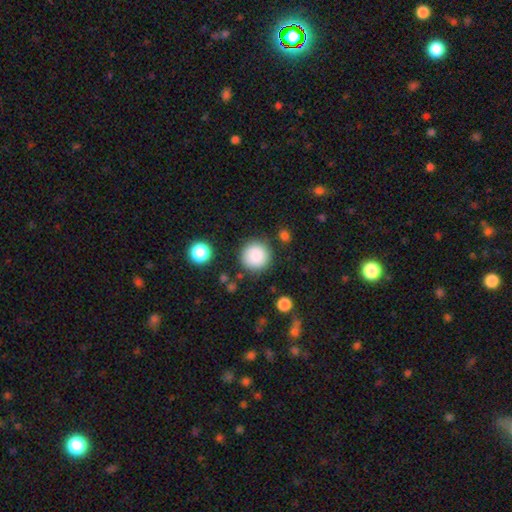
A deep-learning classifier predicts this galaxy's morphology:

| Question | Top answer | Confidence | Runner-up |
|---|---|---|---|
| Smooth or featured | smooth | 86% | star or artifact (9%) |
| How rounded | round | 95% | in between (4%) |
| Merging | none | 85% | minor disturbance (9%) |